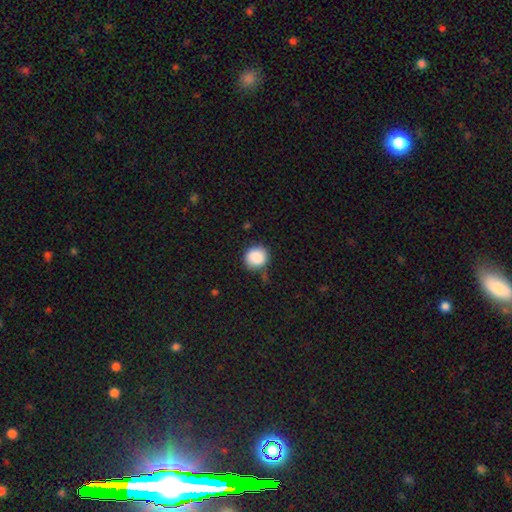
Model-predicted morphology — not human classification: Smooth or featured? Predicted: smooth (p=0.88). How rounded? Predicted: round (p=0.88). Merging? Predicted: none (p=0.74).